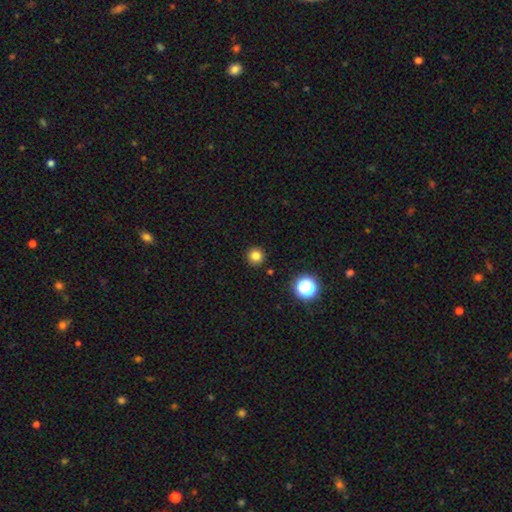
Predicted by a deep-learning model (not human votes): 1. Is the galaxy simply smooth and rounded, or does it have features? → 80% smooth, 15% star or artifact, 5% featured or disk.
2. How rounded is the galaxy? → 95% round, 4% in between, 1% cigar-shaped.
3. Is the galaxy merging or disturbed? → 91% none, 5% minor disturbance, 2% major disturbance, 2% merger.